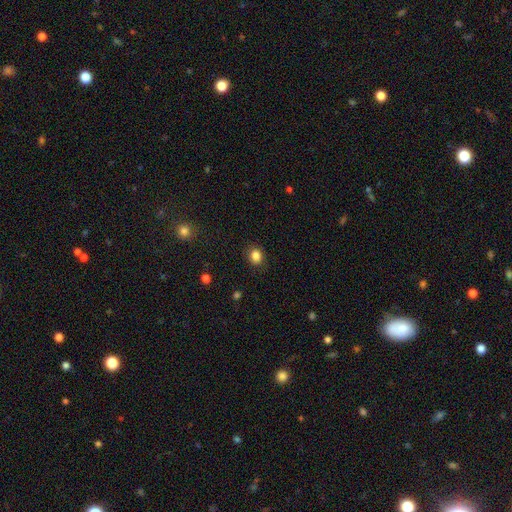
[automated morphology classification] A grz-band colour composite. It shows a smooth galaxy with no disk features (85%) that is round (64%). Merging: none (88%).